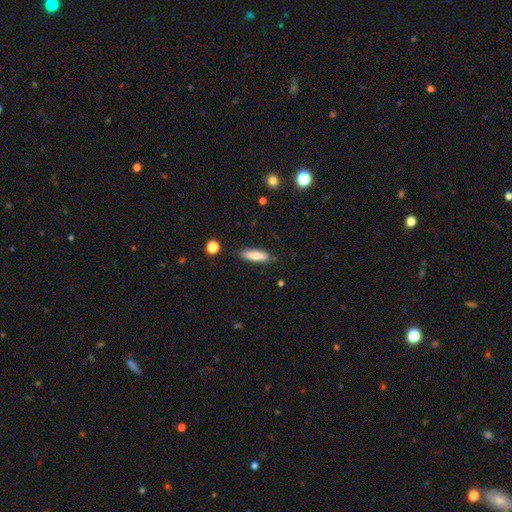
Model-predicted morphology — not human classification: This is clearly a smooth galaxy (81%). How rounded: possibly cigar-shaped (58%). Merging: clearly none (83%).